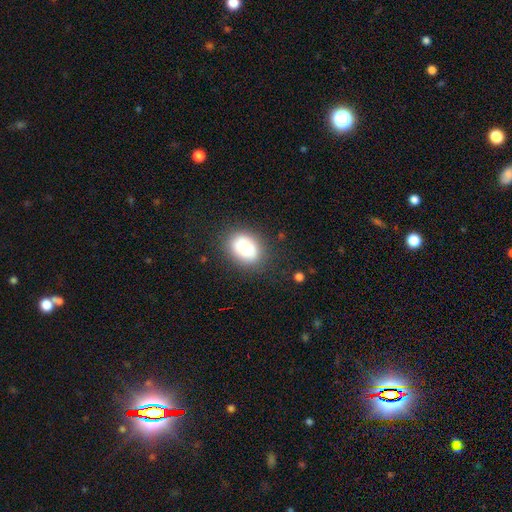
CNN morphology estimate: Smooth or featured? smooth (83%)
How rounded? in between (73%)
Merging? none (85%)